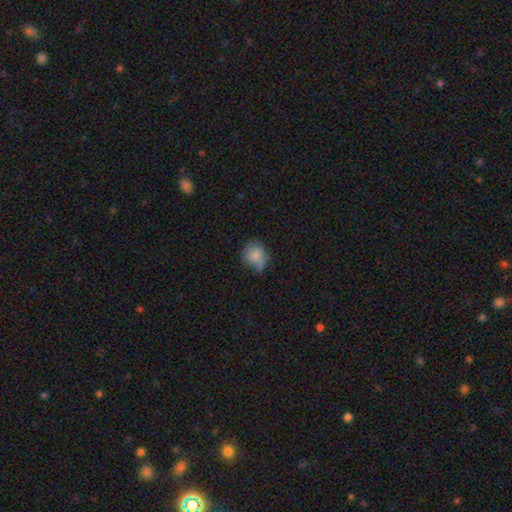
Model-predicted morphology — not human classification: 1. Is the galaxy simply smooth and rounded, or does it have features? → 73% smooth, 17% featured or disk, 9% star or artifact.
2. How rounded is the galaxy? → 63% round, 36% in between, 1% cigar-shaped.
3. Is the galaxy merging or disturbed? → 48% none, 36% minor disturbance, 13% major disturbance, 3% merger.